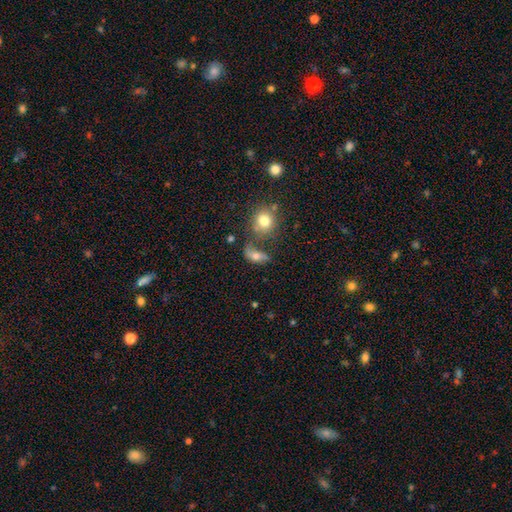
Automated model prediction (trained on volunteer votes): smooth_or_featured: smooth (p=0.60) [alt: featured or disk p=0.28]
how_rounded: in between (p=0.71) [alt: round p=0.18]
merging: none (p=0.37) [alt: merger p=0.22]